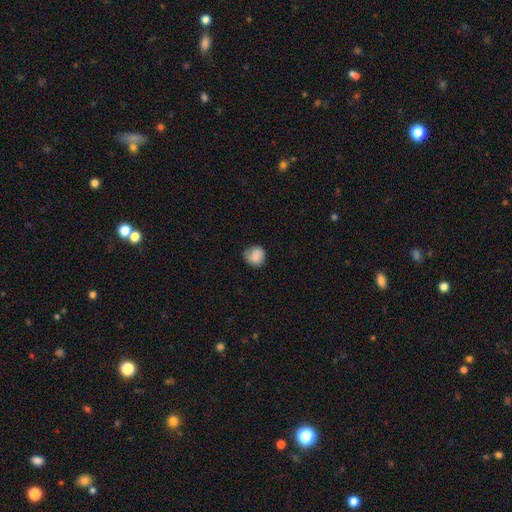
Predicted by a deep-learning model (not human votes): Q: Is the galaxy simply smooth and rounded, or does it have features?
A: smooth — 82%.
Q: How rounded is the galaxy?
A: round — 84%.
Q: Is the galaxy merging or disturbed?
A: none — 72%.